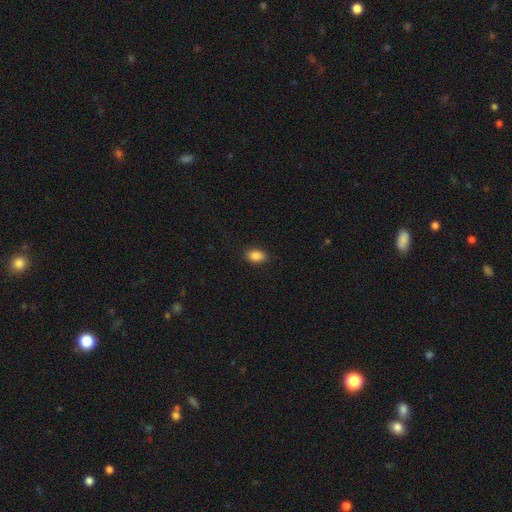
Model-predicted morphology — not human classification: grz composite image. It shows a smooth galaxy with no disk features (88%) that is in between round and cigar-shaped (84%). Merging: none (88%).